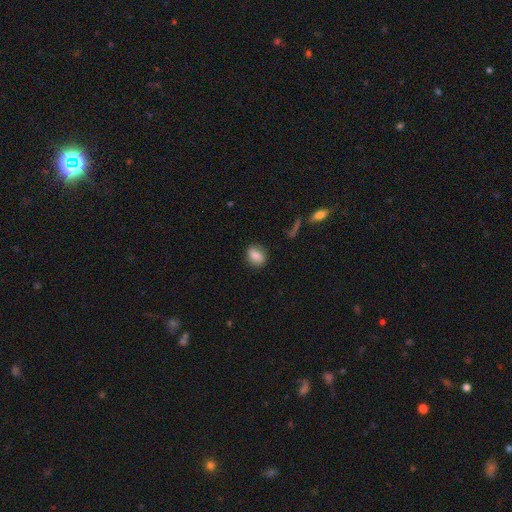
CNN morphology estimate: A smooth galaxy with no disk features (83%) that is in between round and cigar-shaped (60%). Merging: none (83%).